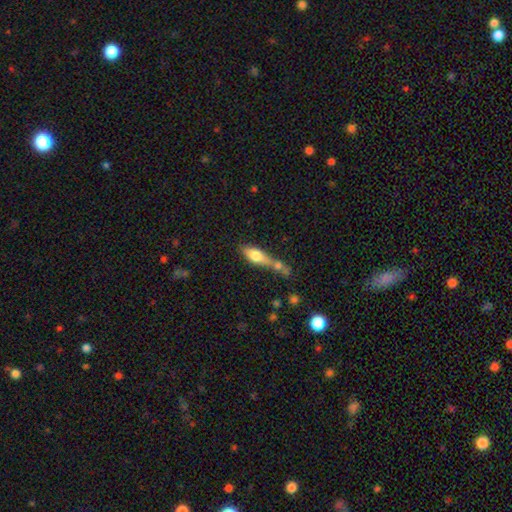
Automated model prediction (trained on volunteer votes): smooth-or-featured: smooth: 71% | featured or disk: 22% | star or artifact: 8%
  how-rounded: in between: 62% | cigar-shaped: 33% | round: 5%
  merging: merger: 52% | none: 25% | minor disturbance: 13% | major disturbance: 9%